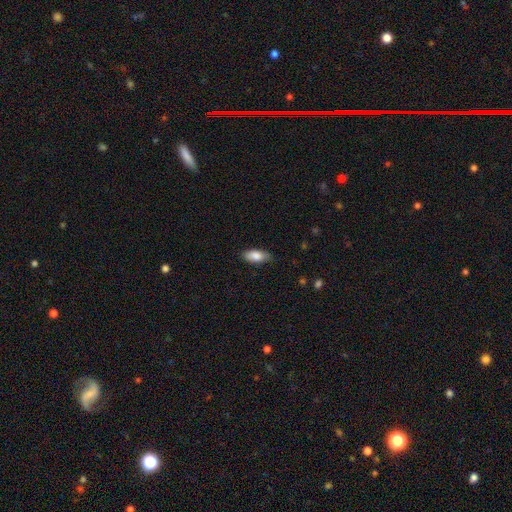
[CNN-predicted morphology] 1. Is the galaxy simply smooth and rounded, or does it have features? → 83% smooth, 11% featured or disk, 6% star or artifact.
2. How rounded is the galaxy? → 85% in between, 12% cigar-shaped, 2% round.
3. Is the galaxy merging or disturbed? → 80% none, 17% minor disturbance, 3% major disturbance, 1% merger.